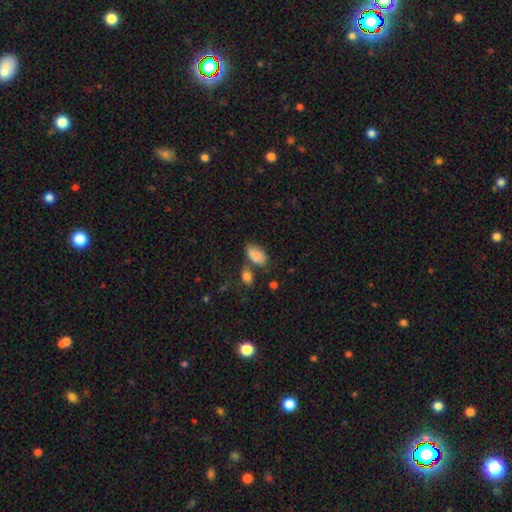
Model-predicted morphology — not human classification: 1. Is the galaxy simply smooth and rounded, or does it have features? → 86% smooth, 8% star or artifact, 6% featured or disk.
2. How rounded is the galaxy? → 93% in between, 5% round, 2% cigar-shaped.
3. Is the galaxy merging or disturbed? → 55% none, 19% minor disturbance, 19% merger, 7% major disturbance.